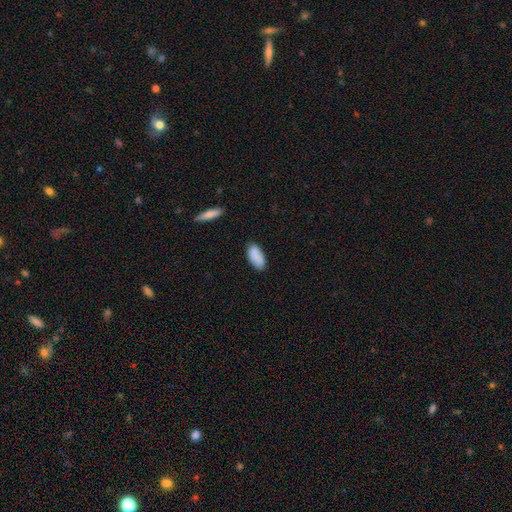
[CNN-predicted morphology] A smooth galaxy with no disk features (87%) that is in between round and cigar-shaped (91%). Merging: none (79%).